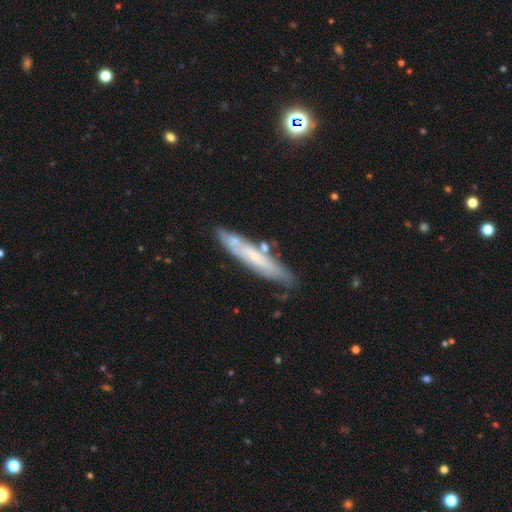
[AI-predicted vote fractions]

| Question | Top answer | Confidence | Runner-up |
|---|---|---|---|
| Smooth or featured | featured or disk | 47% | smooth (46%) |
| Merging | none | 66% | minor disturbance (18%) |